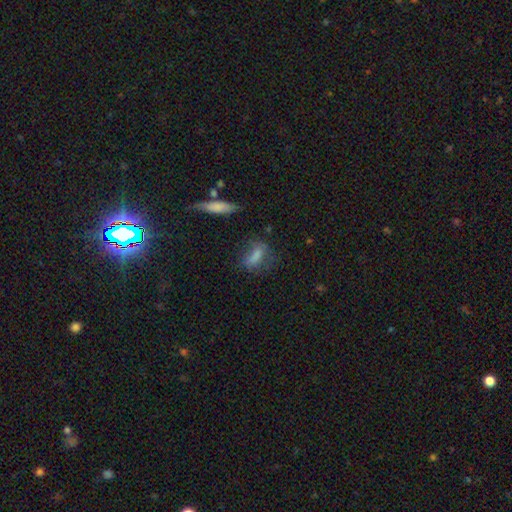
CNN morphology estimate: A smooth galaxy with no disk features (63%) that is in between round and cigar-shaped (59%). Merging: none (61%).